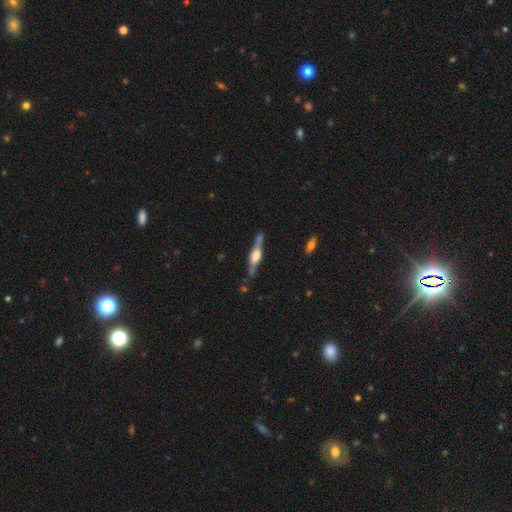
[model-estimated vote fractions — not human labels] This appears to be a featured or disk galaxy (77%) viewed edge-on (97%) with a rounded central bulge (79%). Merging: none (82%).